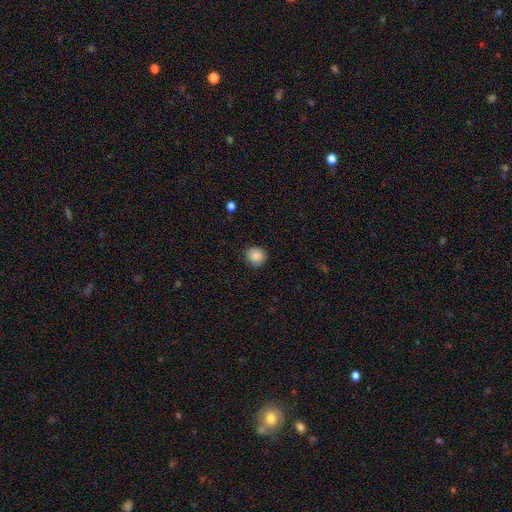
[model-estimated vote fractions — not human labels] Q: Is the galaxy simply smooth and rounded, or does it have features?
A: smooth — 87%.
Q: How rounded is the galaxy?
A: round — 91%.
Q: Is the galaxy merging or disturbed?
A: none — 88%.